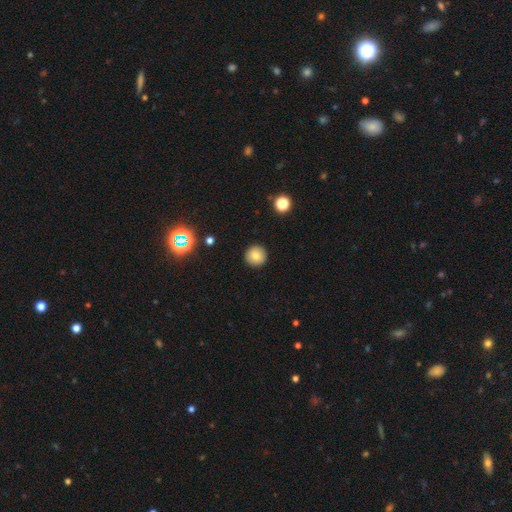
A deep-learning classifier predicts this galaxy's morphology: The model was most divided on "smooth or featured": smooth: 81%, star or artifact: 11%, featured or disk: 8%. More confident: how rounded — round (95%); merging — none (92%).